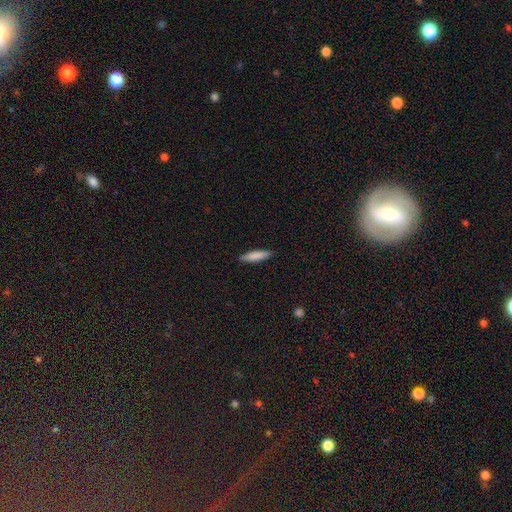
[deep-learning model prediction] smooth-or-featured: smooth: 84% | featured or disk: 10% | star or artifact: 6%
  how-rounded: cigar-shaped: 80% | in between: 18% | round: 1%
  merging: none: 89% | minor disturbance: 8% | major disturbance: 2% | merger: 1%